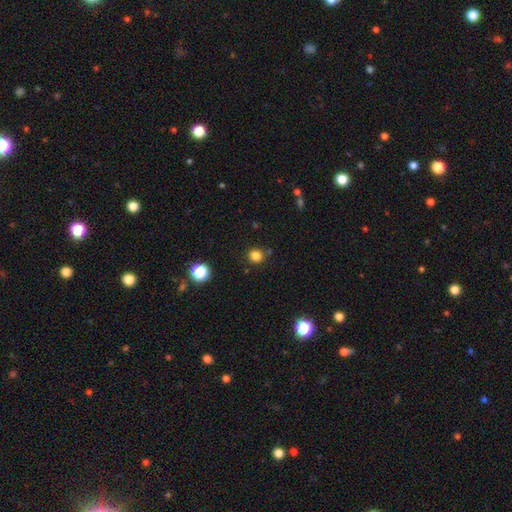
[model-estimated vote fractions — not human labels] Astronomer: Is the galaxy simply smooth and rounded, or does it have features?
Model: smooth — 81%.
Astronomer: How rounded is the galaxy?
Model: round — 89%.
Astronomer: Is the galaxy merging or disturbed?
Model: none — 84%.